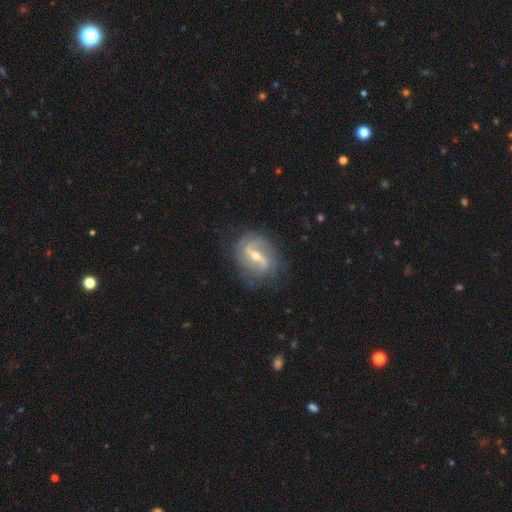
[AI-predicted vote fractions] Smooth or featured?
  - featured or disk: 86% *
  - smooth: 8%
  - star or artifact: 6%
Edge-on disk?
  - no: 96% *
  - yes: 4%
Bar?
  - strong: 49% *
  - weak: 39%
  - no: 12%
Spiral arms?
  - yes: 93% *
  - no: 7%
Spiral winding?
  - loose: 43% *
  - medium: 39%
  - tight: 18%
Spiral arm count?
  - 2: 79% *
  - can't tell: 9%
  - 3: 5%
  - 1: 4%
  - 4: 2%
  - more than 4: 2%
Bulge size?
  - small: 50% *
  - moderate: 47%
  - large: 2%
  - none: 1%
  - dominant: 1%
Merging?
  - none: 77% *
  - minor disturbance: 15%
  - major disturbance: 6%
  - merger: 1%